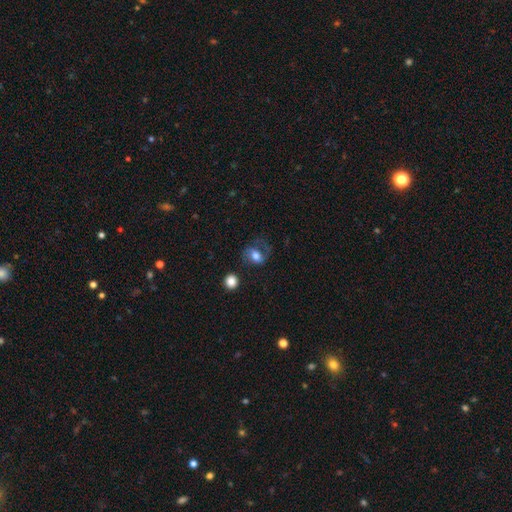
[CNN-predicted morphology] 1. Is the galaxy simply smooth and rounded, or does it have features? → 56% smooth, 34% featured or disk, 9% star or artifact.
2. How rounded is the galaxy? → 59% in between, 39% round, 2% cigar-shaped.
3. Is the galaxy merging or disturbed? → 49% none, 25% major disturbance, 23% minor disturbance, 4% merger.